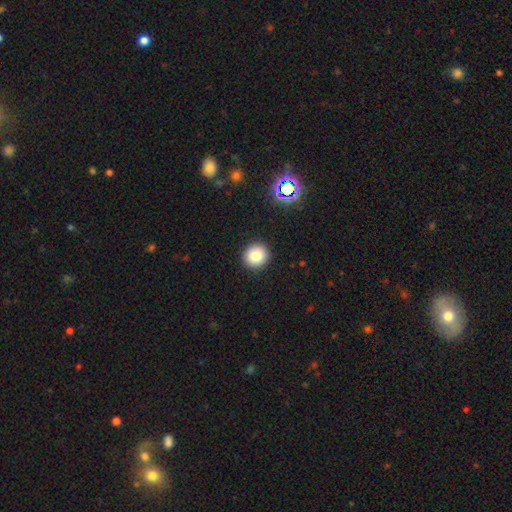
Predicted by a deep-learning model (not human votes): This is likely a smooth galaxy (80%). How rounded: clearly round (92%). Merging: clearly none (92%).